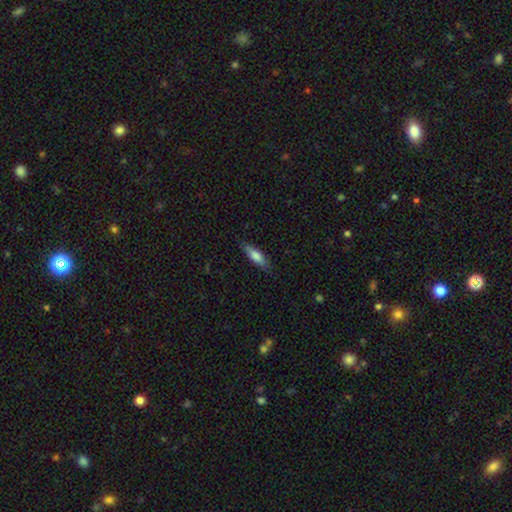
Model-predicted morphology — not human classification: A smooth galaxy with no disk features (76%) that is cigar-shaped (56%). Merging: none (81%).